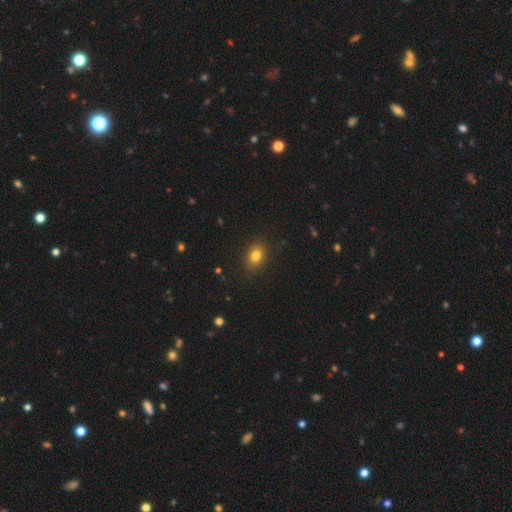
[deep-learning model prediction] This is clearly a smooth galaxy (81%). How rounded: likely in between (65%). Merging: clearly none (87%).